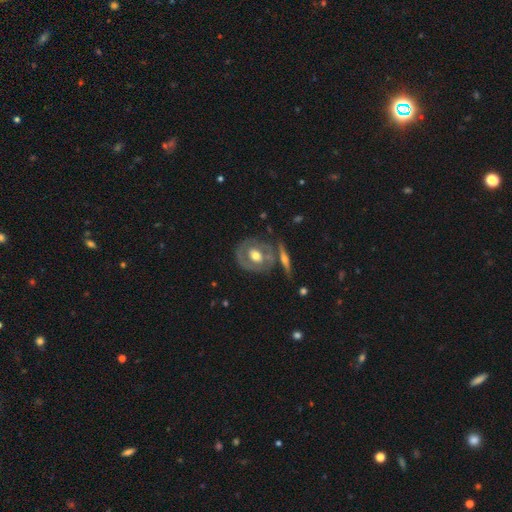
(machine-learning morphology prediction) smooth-or-featured: featured or disk: 63% | smooth: 32% | star or artifact: 5%
  disk-edge-on: no: 90% | yes: 10%
    bar: no: 64% | weak: 25% | strong: 11%
    has-spiral-arms: no: 63% | yes: 37%
    bulge-size: moderate: 69% | large: 18% | small: 9% | dominant: 1% | none: 1%
  merging: none: 64% | minor disturbance: 15% | merger: 14% | major disturbance: 7%